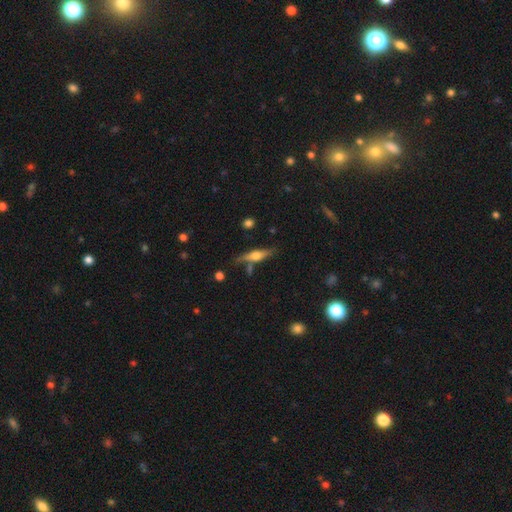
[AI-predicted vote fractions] Smooth or featured? Predicted: featured or disk (p=0.56). Edge-on disk? Predicted: yes (p=0.93). Edge-on bulge? Predicted: rounded (p=0.90). Merging? Predicted: none (p=0.71).